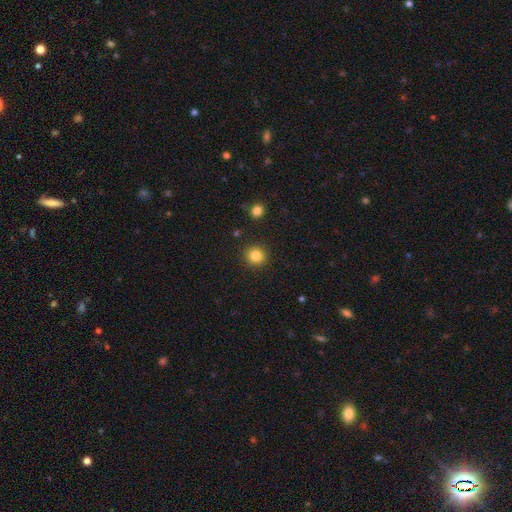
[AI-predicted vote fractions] smooth 84%, star or artifact 11%, featured or disk 5%. Down the decision tree: how rounded — round (94%); merging — none (91%).